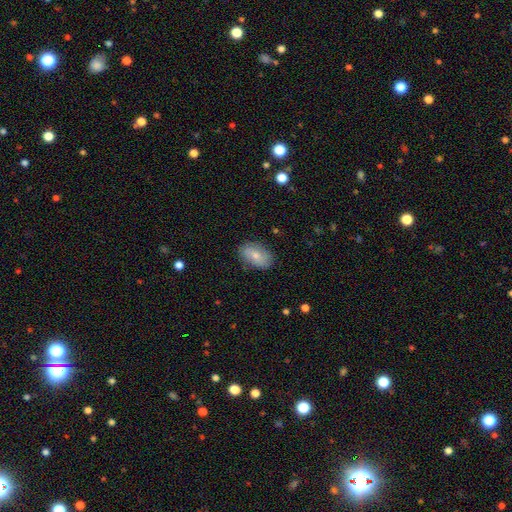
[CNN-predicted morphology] type=smooth (73%); roundness=in between (91%); merging=none (82%).